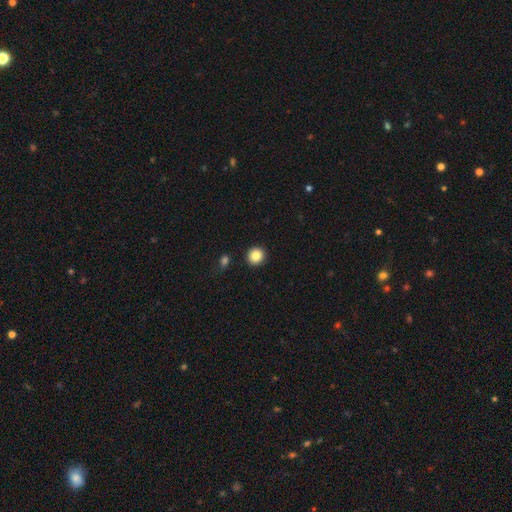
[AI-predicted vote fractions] Smooth or featured: smooth — 85% (star or artifact — 10%)
How rounded: round — 90% (in between — 9%)
Merging: none — 91% (minor disturbance — 5%)